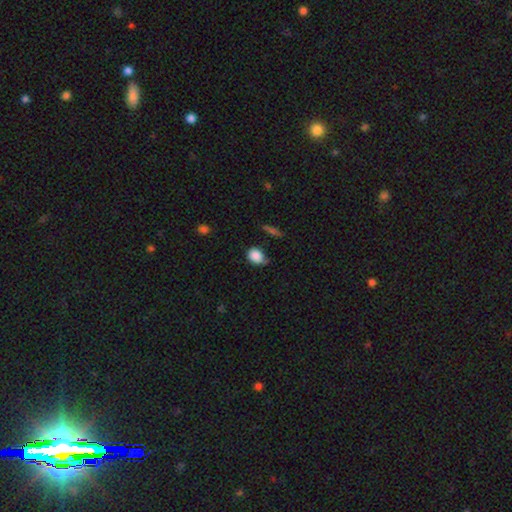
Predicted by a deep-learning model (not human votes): Overall: smooth (86%). How rounded: in between (52%; round 47%). Merging: none (57%; minor disturbance 32%).